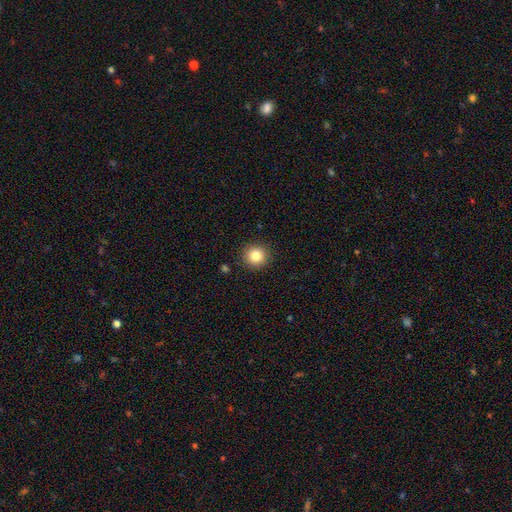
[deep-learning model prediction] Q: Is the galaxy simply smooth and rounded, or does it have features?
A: smooth — 83%.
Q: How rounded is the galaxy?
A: round — 94%.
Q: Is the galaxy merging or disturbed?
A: none — 90%.